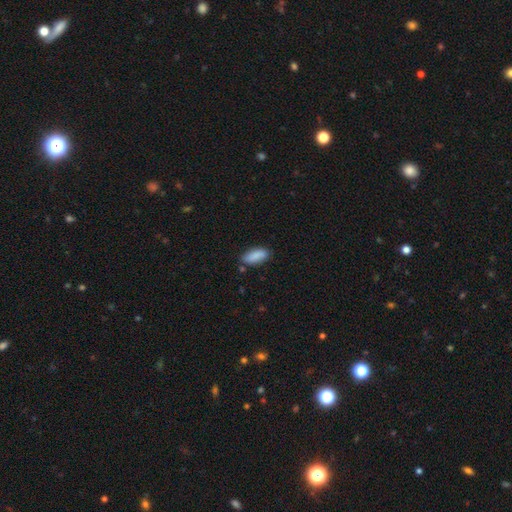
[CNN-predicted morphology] Overall: smooth (88%). How rounded: in between (81%). Merging: none (78%).